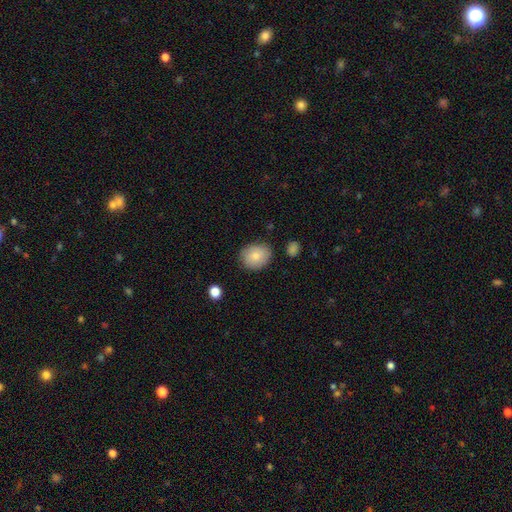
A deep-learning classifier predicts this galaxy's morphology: type=smooth (80%); roundness=round (60%); merging=none (81%).